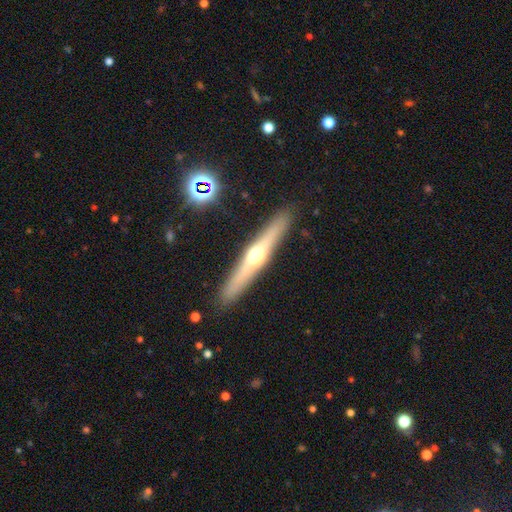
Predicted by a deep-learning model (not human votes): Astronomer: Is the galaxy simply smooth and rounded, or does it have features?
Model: featured or disk — 63%.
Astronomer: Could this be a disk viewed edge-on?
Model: yes — 95%.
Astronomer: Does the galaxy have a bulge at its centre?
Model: rounded — 91%.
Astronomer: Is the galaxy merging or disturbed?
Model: none — 90%.